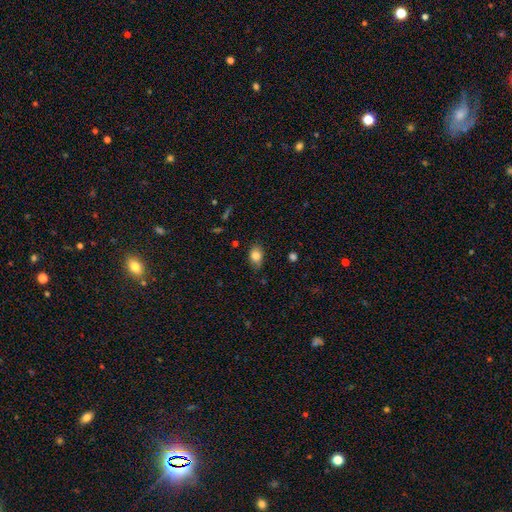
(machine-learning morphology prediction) type=smooth (82%); roundness=in between (76%); merging=none (69%).